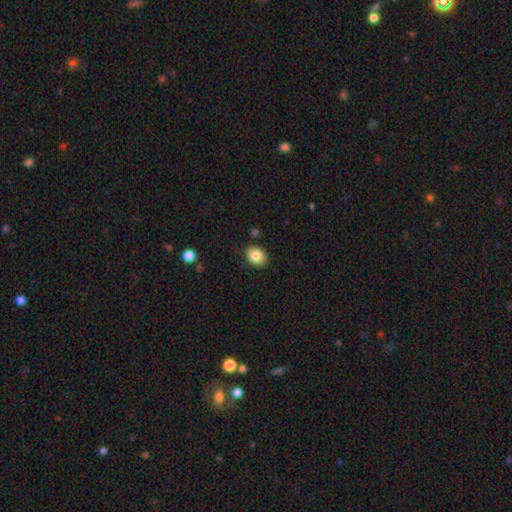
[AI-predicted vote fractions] Smooth or featured: smooth — 85% (star or artifact — 8%)
How rounded: in between — 65% (round — 34%)
Merging: none — 86% (minor disturbance — 10%)